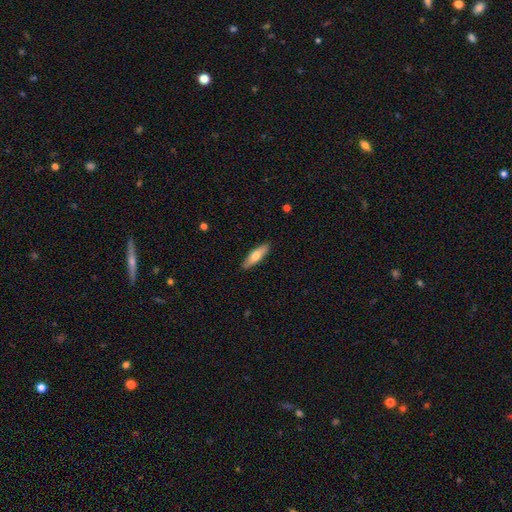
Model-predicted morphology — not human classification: Smooth or featured?
  - smooth: 62% *
  - featured or disk: 32%
  - star or artifact: 6%
How rounded?
  - cigar-shaped: 59% *
  - in between: 39%
  - round: 2%
Merging?
  - none: 89% *
  - minor disturbance: 8%
  - major disturbance: 2%
  - merger: 1%